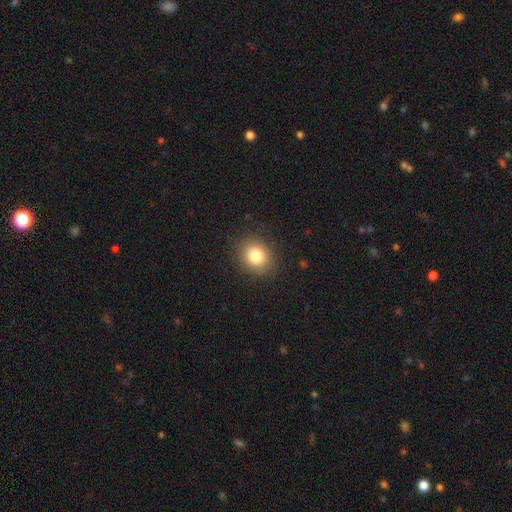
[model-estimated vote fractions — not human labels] smooth-or-featured: smooth: 82% | star or artifact: 11% | featured or disk: 7%
  how-rounded: round: 69% | in between: 31% | cigar-shaped: 1%
  merging: none: 88% | minor disturbance: 8% | major disturbance: 3% | merger: 1%